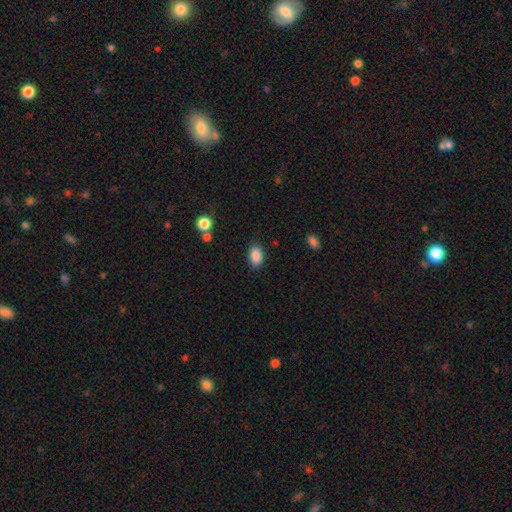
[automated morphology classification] Smooth or featured: smooth — 88% (star or artifact — 8%)
How rounded: in between — 90% (round — 8%)
Merging: none — 85% (minor disturbance — 10%)